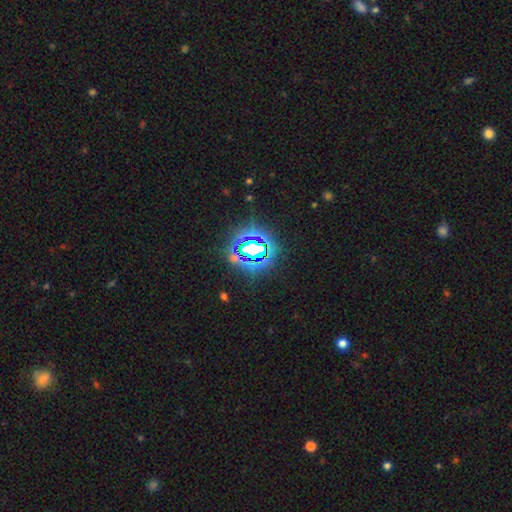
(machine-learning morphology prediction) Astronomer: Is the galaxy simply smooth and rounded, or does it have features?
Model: star or artifact — 77%.